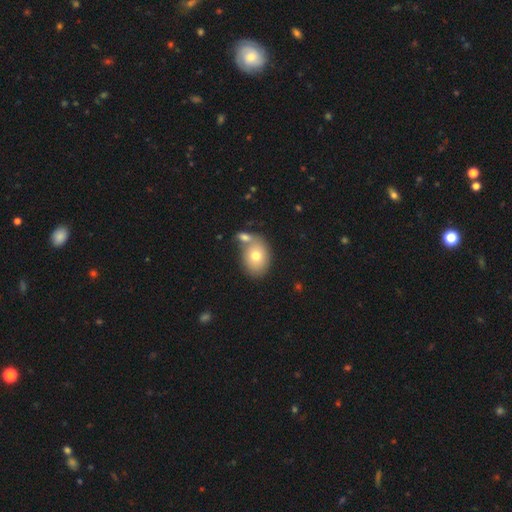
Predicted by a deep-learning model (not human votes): Smooth or featured: smooth — 73% (featured or disk — 18%)
How rounded: in between — 63% (round — 36%)
Merging: none — 48% (merger — 36%)